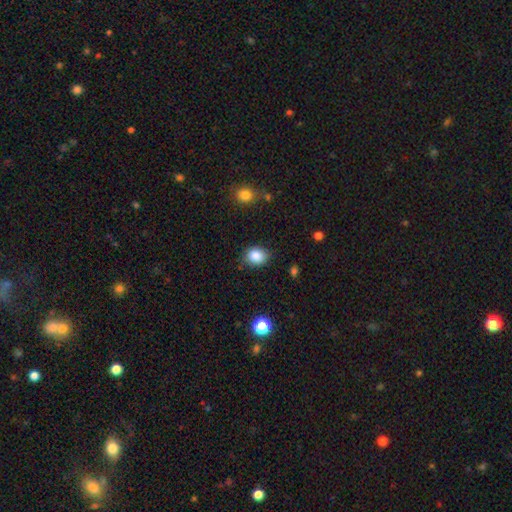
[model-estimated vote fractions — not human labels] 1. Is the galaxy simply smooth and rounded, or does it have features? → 86% smooth, 9% star or artifact, 5% featured or disk.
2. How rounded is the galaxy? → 53% round, 46% in between, 1% cigar-shaped.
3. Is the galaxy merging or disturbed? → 80% none, 15% minor disturbance, 3% major disturbance, 2% merger.